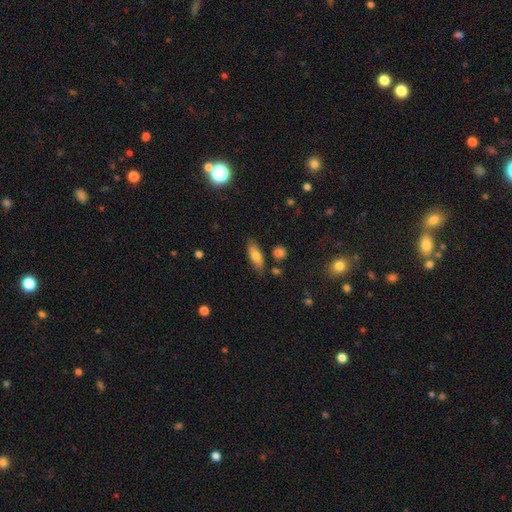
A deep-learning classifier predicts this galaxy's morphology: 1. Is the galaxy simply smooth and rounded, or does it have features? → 71% smooth, 21% featured or disk, 8% star or artifact.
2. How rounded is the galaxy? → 70% in between, 26% cigar-shaped, 3% round.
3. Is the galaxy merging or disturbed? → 75% none, 17% minor disturbance, 4% merger, 4% major disturbance.